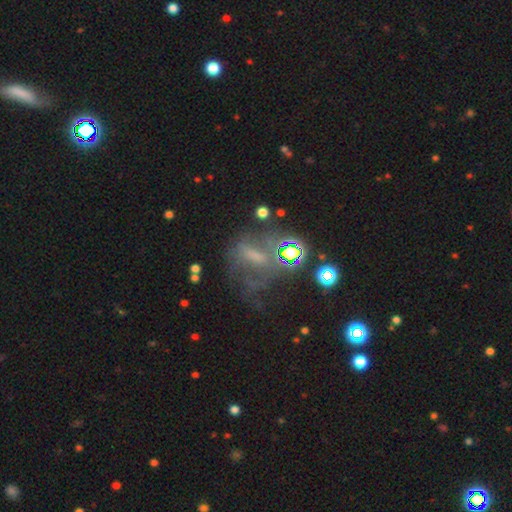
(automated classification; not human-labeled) smooth-or-featured: featured or disk: 40% | star or artifact: 31% | smooth: 29%
  merging: none: 42% | major disturbance: 30% | minor disturbance: 20% | merger: 8%